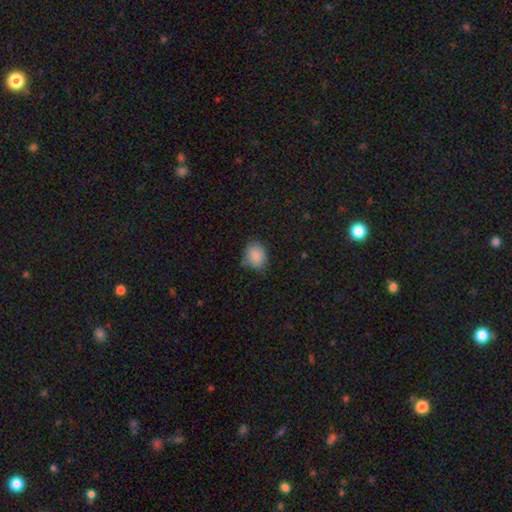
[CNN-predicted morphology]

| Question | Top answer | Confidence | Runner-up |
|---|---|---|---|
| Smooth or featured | smooth | 87% | star or artifact (8%) |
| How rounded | in between | 50% | round (49%) |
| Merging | none | 64% | minor disturbance (28%) |